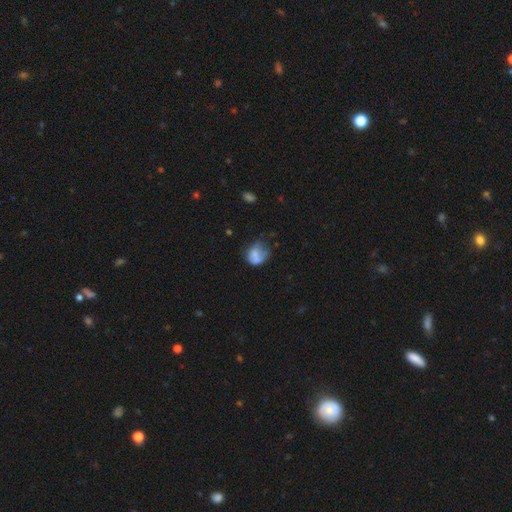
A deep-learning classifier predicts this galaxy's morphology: Smooth or featured?
  - smooth: 67% *
  - featured or disk: 24%
  - star or artifact: 10%
How rounded?
  - round: 54% *
  - in between: 45%
  - cigar-shaped: 1%
Merging?
  - none: 34% *
  - minor disturbance: 31%
  - major disturbance: 25%
  - merger: 10%